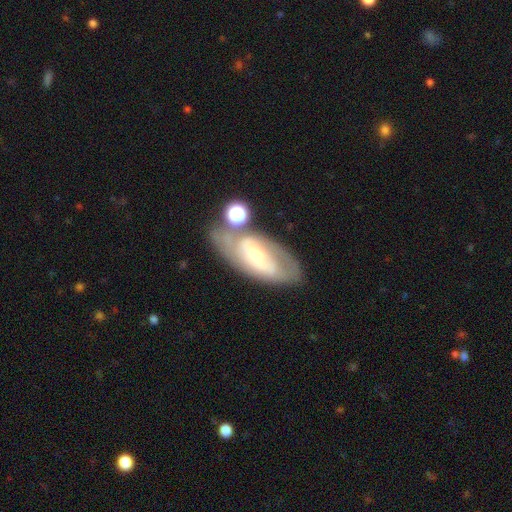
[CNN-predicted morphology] type=featured or disk (67%); edge-on=no (90%); bar=no (41%); spiral arms=yes (67%); bulge=small (47%); merging=none (58%).